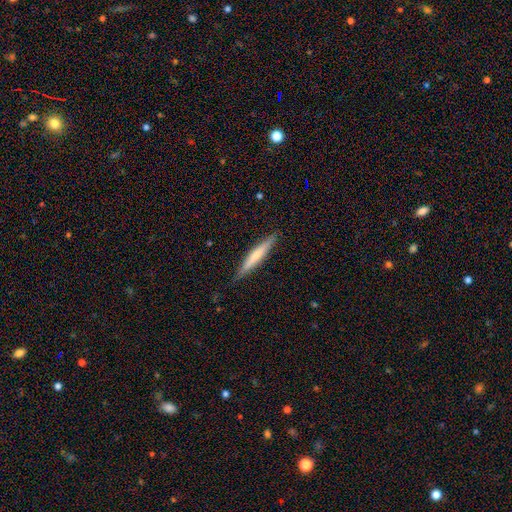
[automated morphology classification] Smooth or featured: smooth — 55% (featured or disk — 39%)
How rounded: cigar-shaped — 94% (in between — 5%)
Merging: none — 88% (minor disturbance — 9%)